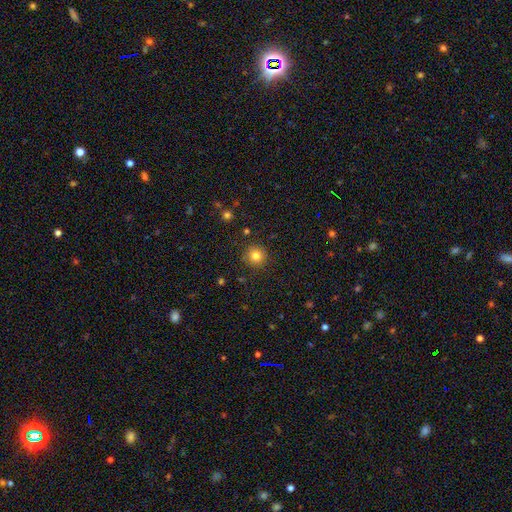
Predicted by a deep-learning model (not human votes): This appears to be a smooth galaxy with no disk features (81%) that is round (94%). Merging: none (90%).